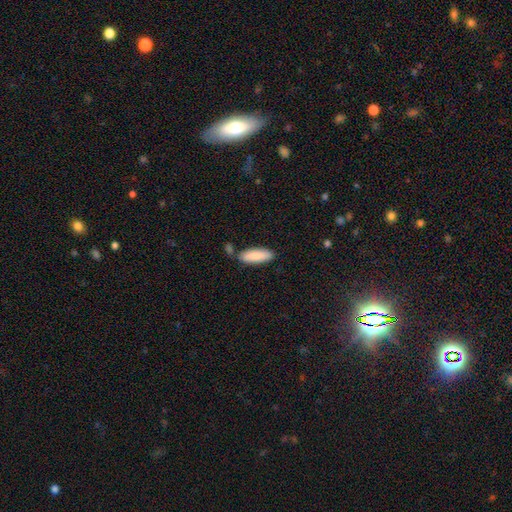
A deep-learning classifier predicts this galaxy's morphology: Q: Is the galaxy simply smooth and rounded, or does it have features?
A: smooth — 88%.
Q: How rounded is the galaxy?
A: in between — 59%.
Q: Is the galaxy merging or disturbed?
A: none — 75%.